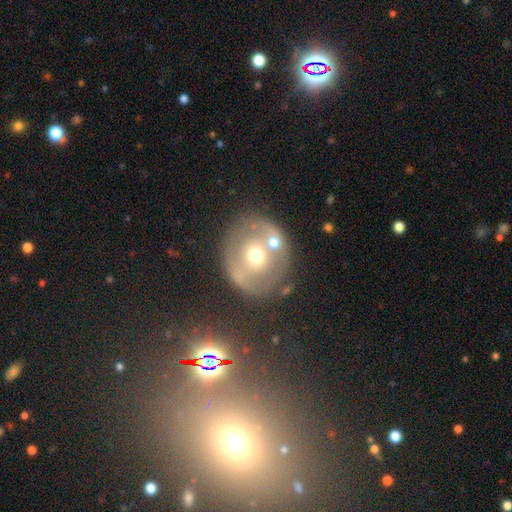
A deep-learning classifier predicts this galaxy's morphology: Overall: featured or disk (52%; smooth 37%). Edge-on disk: no (95%). Merging: none (66%).